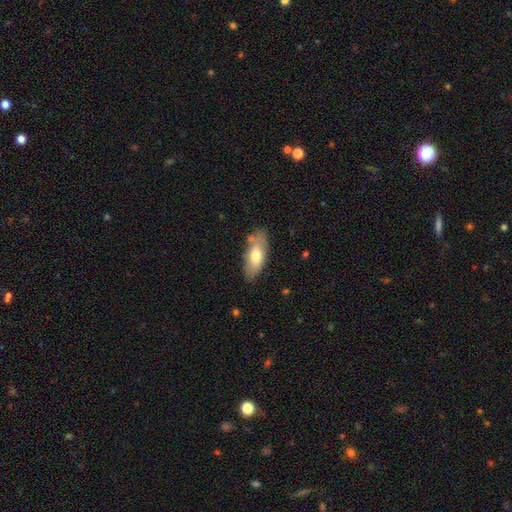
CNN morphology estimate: smooth-or-featured: smooth: 67% | featured or disk: 27% | star or artifact: 6%
  how-rounded: in between: 81% | cigar-shaped: 17% | round: 2%
  merging: none: 75% | minor disturbance: 16% | merger: 5% | major disturbance: 4%